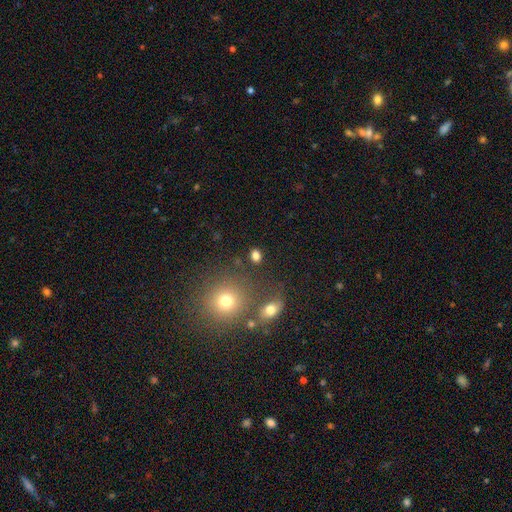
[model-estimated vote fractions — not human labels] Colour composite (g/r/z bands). It shows a smooth galaxy with no disk features (80%) that is in between round and cigar-shaped (51%). Merging: none (81%).